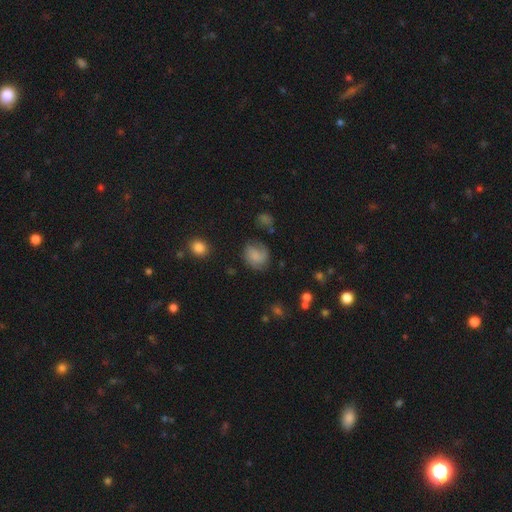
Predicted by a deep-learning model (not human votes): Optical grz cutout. It shows a smooth galaxy with no disk features (58%) that is round (66%). Merging: none (57%).